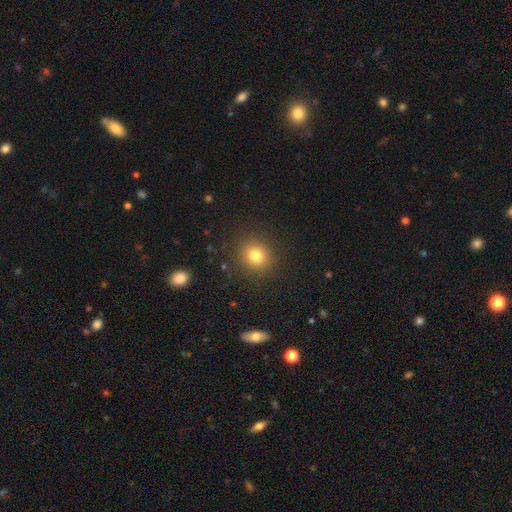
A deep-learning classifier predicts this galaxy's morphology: Q: Smooth or featured?
A: smooth (79%); runner-up: star or artifact (13%)
Q: How rounded?
A: round (88%); runner-up: in between (11%)
Q: Merging?
A: none (89%); runner-up: minor disturbance (7%)